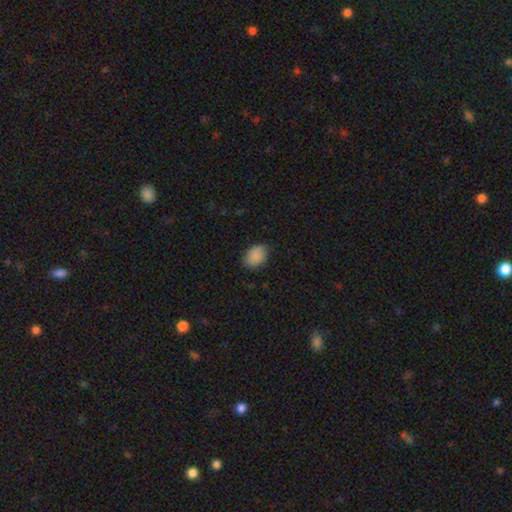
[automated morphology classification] smooth 88%, star or artifact 7%, featured or disk 5%. Down the decision tree: how rounded — in between (77%); merging — none (80%).